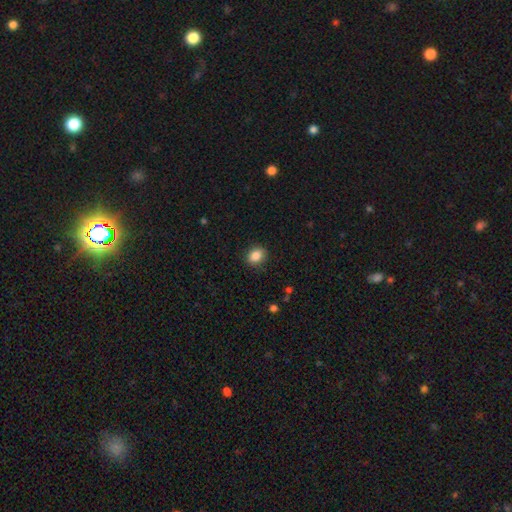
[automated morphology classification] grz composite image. It shows a smooth galaxy with no disk features (86%) that is round (53%). Merging: none (85%).